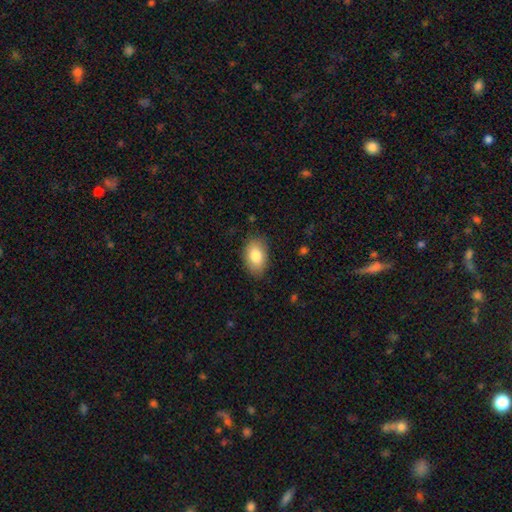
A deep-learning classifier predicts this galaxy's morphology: Q: Smooth or featured?
A: smooth (82%); runner-up: featured or disk (11%)
Q: How rounded?
A: in between (89%); runner-up: round (9%)
Q: Merging?
A: none (83%); runner-up: minor disturbance (13%)